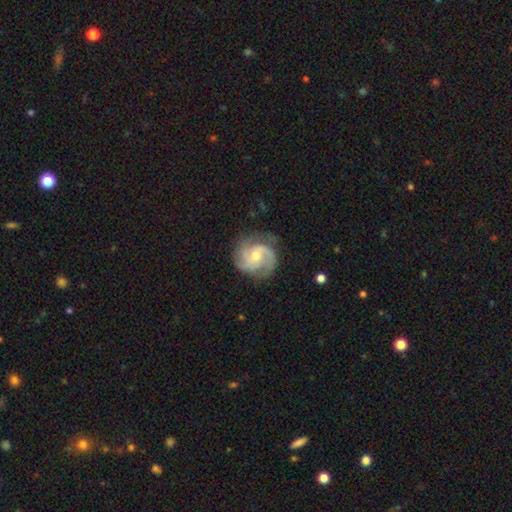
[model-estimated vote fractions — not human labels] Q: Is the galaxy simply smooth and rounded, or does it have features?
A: featured or disk — 84%.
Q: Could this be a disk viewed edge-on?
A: no — 98%.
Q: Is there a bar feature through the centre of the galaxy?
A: no — 60%.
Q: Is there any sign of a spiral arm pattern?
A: yes — 96%.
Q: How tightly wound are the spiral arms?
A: medium — 48%.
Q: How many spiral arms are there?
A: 2 — 44%.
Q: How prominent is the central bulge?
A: moderate — 53%.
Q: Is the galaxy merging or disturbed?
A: none — 74%.